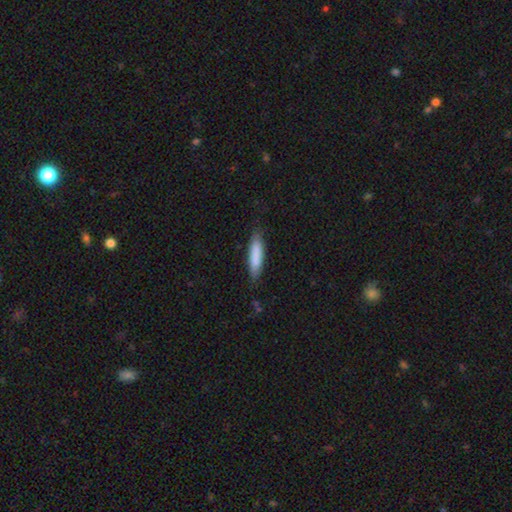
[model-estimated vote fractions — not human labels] Morphology: type=smooth (84%); roundness=cigar-shaped (70%); merging=none (82%).